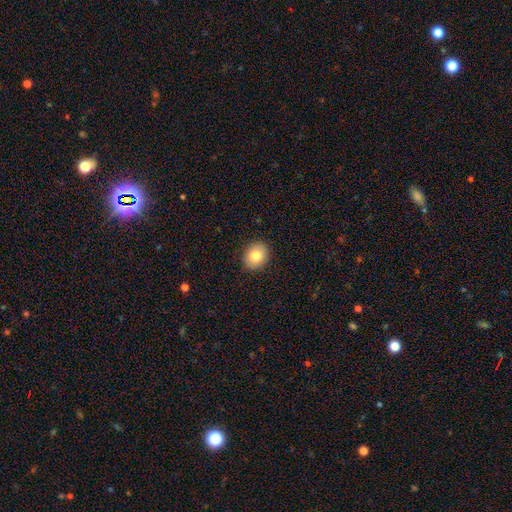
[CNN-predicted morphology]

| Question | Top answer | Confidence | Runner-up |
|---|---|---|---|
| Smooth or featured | smooth | 82% | featured or disk (9%) |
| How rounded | round | 51% | in between (49%) |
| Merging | none | 89% | minor disturbance (8%) |